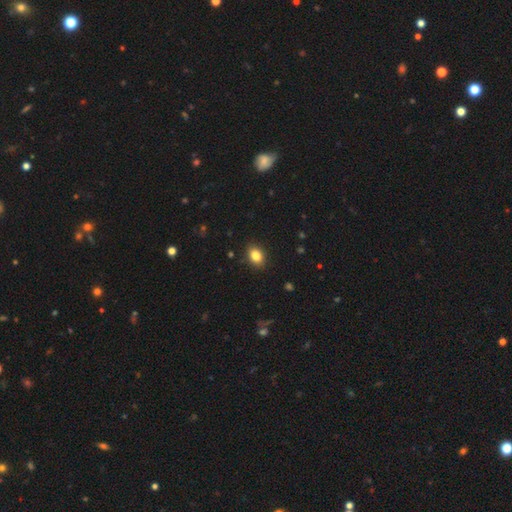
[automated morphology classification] Smooth or featured: smooth — 85% (star or artifact — 10%)
How rounded: in between — 70% (round — 29%)
Merging: none — 88% (minor disturbance — 8%)